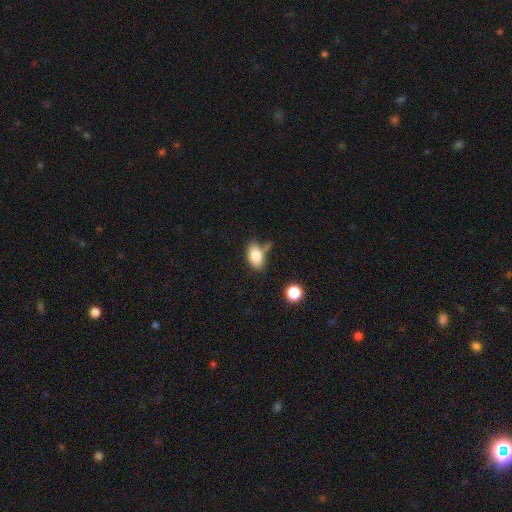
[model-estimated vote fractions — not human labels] Smooth or featured?
  - smooth: 82% *
  - featured or disk: 10%
  - star or artifact: 8%
How rounded?
  - in between: 89% *
  - round: 8%
  - cigar-shaped: 3%
Merging?
  - none: 56% *
  - minor disturbance: 23%
  - merger: 13%
  - major disturbance: 8%